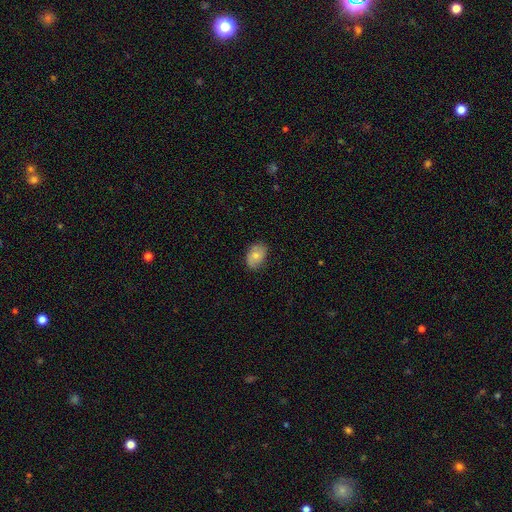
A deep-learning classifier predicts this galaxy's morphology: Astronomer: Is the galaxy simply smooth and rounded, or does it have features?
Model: smooth — 69%.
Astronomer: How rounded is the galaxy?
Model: in between — 81%.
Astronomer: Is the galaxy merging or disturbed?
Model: none — 79%.